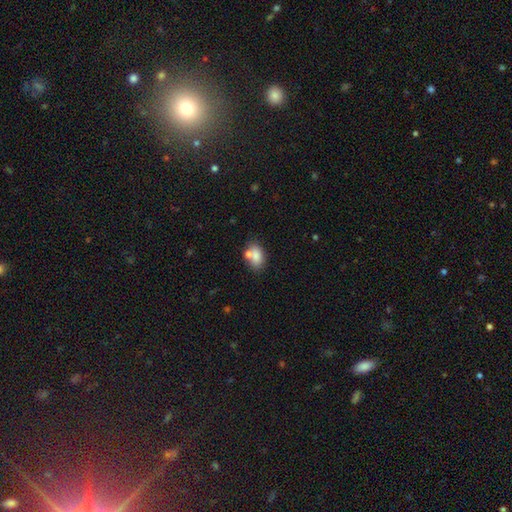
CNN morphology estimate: This is likely a smooth galaxy (77%). How rounded: clearly in between (83%). Merging: possibly none (54%).